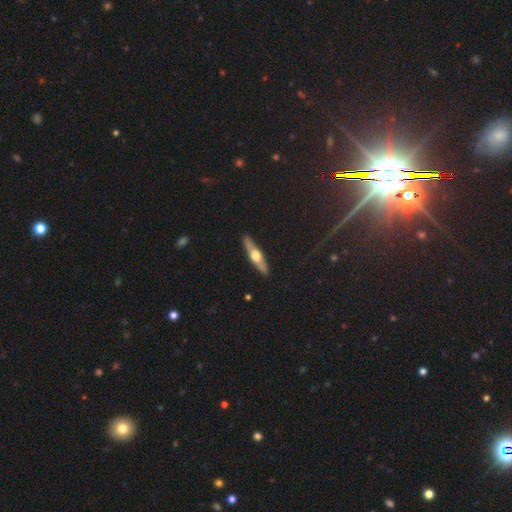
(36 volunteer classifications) Smooth or featured? 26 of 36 (72%) said featured or disk. Edge-on disk? 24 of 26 (92%) said yes. Edge-on bulge? 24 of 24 (100%) said rounded. Merging? 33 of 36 (92%) said none.